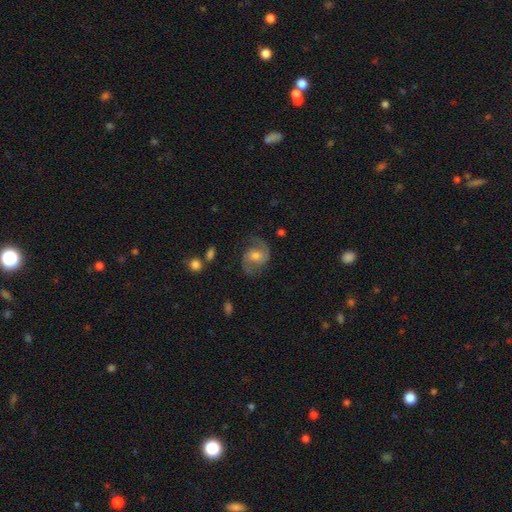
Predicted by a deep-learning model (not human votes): Smooth or featured: featured or disk — 71% (smooth — 21%)
Edge-on disk: no — 97% (yes — 3%)
Bar: no — 50% (weak — 41%)
Spiral arms: yes — 92% (no — 8%)
Spiral winding: medium — 52% (loose — 31%)
Spiral arm count: 2 — 90% (can't tell — 5%)
Bulge size: moderate — 62% (small — 21%)
Merging: none — 71% (minor disturbance — 18%)